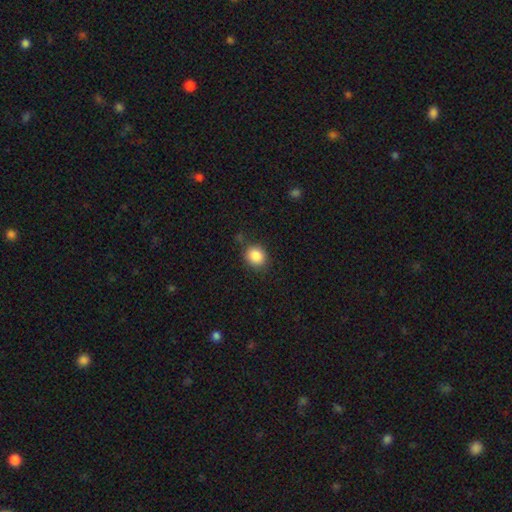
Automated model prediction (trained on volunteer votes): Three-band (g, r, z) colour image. It shows a smooth galaxy with no disk features (87%) that is round (62%). Merging: none (76%).